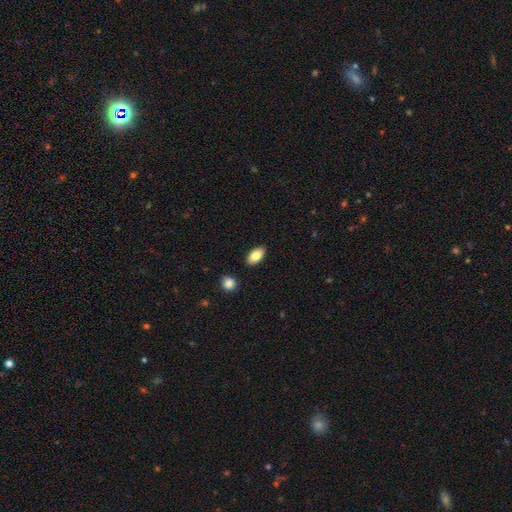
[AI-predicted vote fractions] This is clearly a smooth galaxy (81%). How rounded: clearly in between (93%). Merging: clearly none (88%).